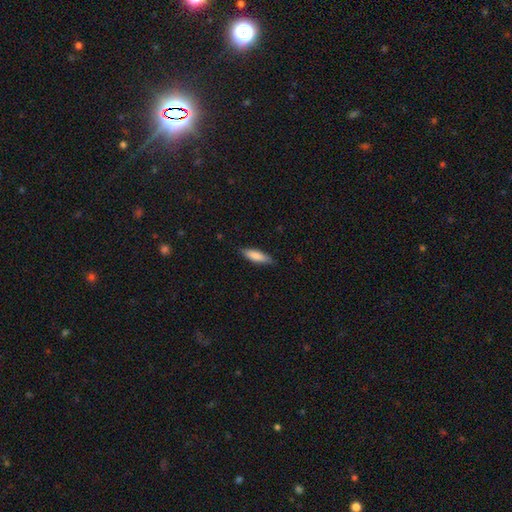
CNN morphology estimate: Overall: smooth (81%). How rounded: cigar-shaped (58%; in between 41%). Merging: none (83%).